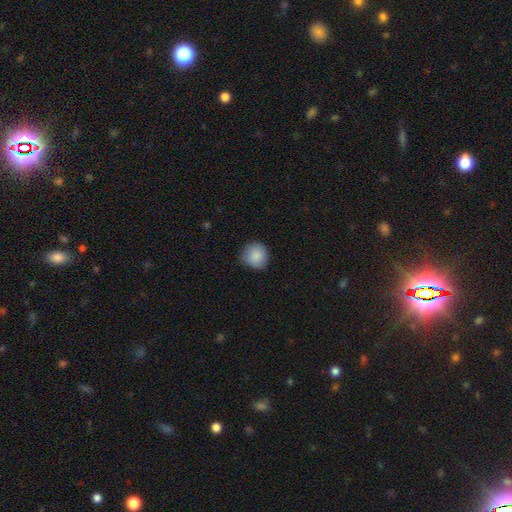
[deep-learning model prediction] smooth 87%, star or artifact 8%, featured or disk 5%. Down the decision tree: how rounded — round (91%); merging — none (81%).